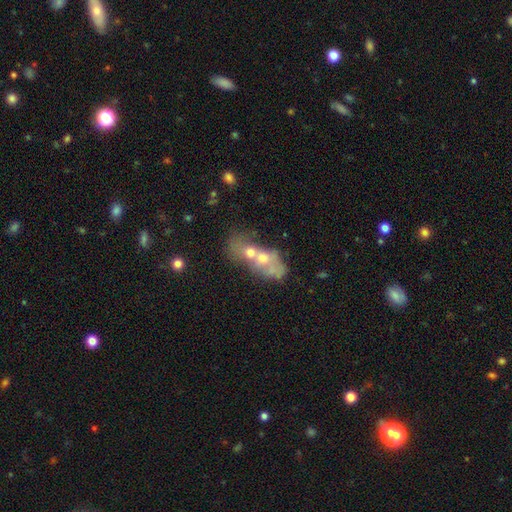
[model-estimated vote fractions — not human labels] Smooth or featured: featured or disk — 43% (smooth — 42%)
Merging: merger — 65% (none — 19%)